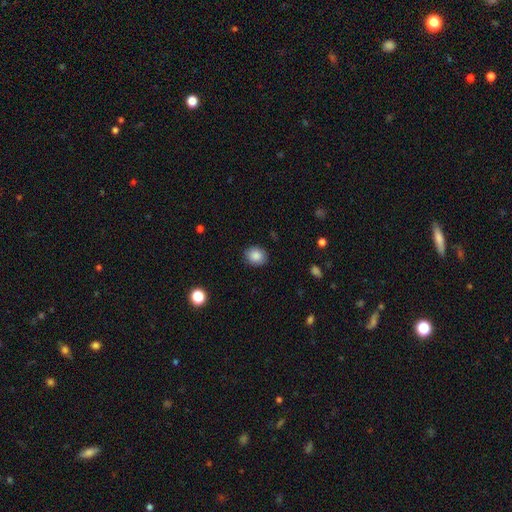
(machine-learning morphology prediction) smooth_or_featured: smooth (p=0.87) [alt: star or artifact p=0.09]
how_rounded: round (p=0.61) [alt: in between p=0.38]
merging: none (p=0.88) [alt: minor disturbance p=0.09]